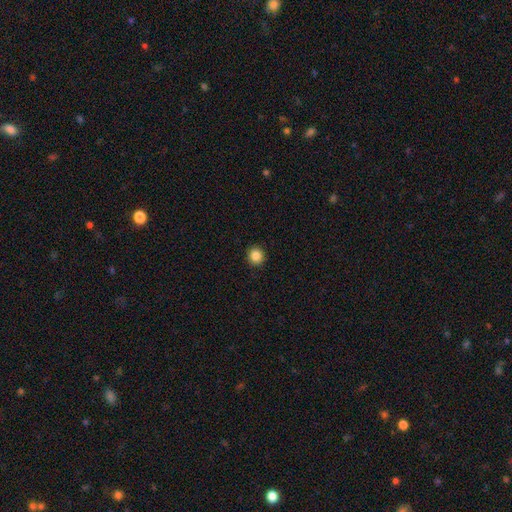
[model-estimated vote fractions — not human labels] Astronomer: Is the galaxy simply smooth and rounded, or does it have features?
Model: smooth — 85%.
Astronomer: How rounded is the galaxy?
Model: round — 92%.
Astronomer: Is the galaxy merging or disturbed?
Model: none — 93%.